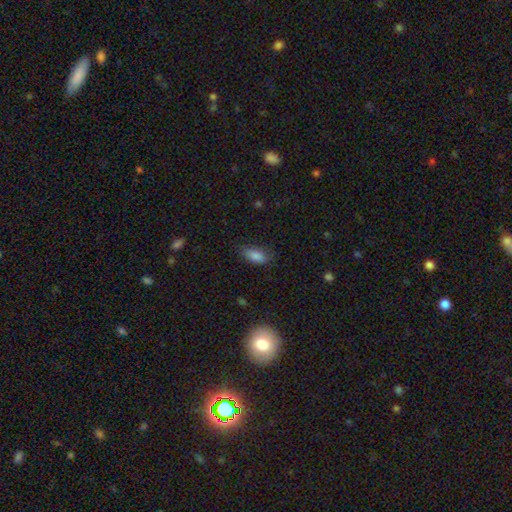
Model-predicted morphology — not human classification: Overall: smooth (84%). How rounded: in between (87%). Merging: none (70%).